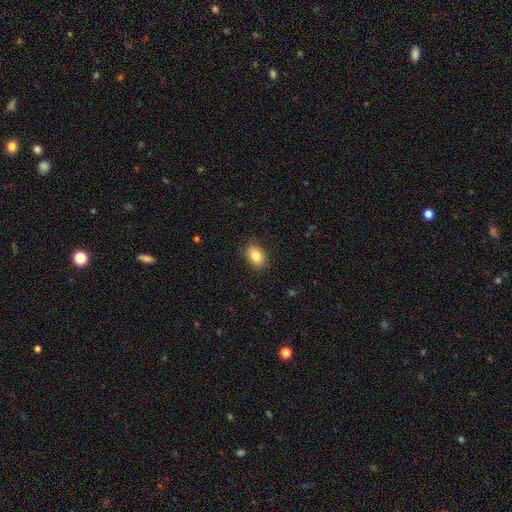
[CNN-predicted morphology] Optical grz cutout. It shows a smooth galaxy with no disk features (85%) that is in between round and cigar-shaped (85%). Merging: none (86%).